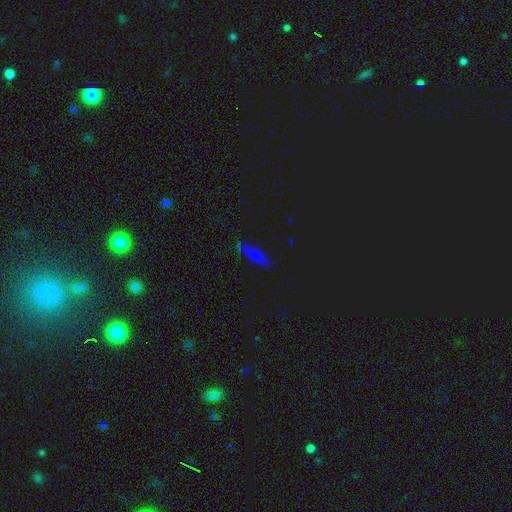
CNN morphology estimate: This appears to be a smooth galaxy with no disk features (67%) that is cigar-shaped (58%). Merging: none (78%).